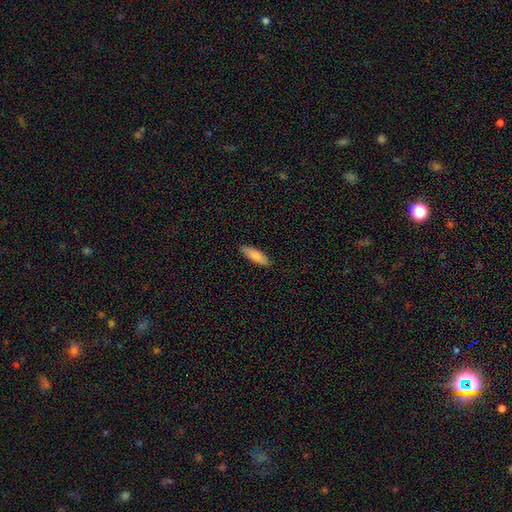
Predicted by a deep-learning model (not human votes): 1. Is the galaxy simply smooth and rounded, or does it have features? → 86% smooth, 9% featured or disk, 6% star or artifact.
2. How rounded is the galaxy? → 55% cigar-shaped, 43% in between, 2% round.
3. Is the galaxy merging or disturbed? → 89% none, 8% minor disturbance, 2% major disturbance, 1% merger.